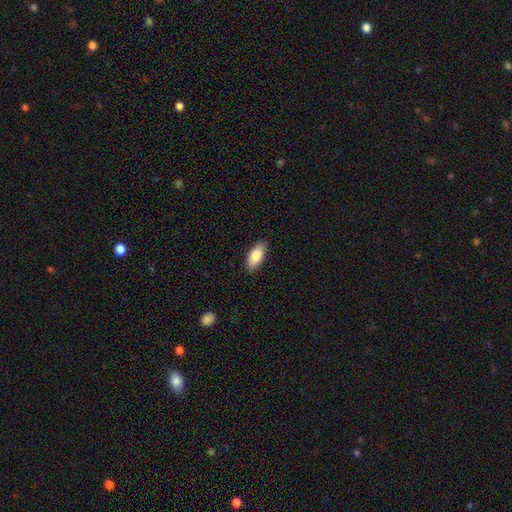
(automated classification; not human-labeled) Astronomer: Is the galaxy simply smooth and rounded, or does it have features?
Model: smooth — 81%.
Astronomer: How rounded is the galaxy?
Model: in between — 86%.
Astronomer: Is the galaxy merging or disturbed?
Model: none — 88%.